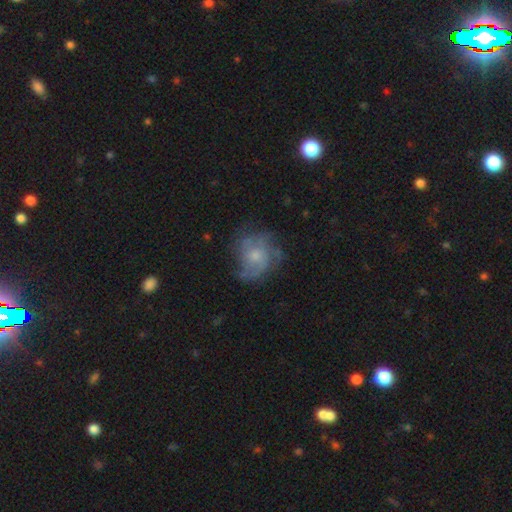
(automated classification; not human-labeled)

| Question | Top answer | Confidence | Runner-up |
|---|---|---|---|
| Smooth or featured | featured or disk | 64% | smooth (27%) |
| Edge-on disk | no | 98% | yes (2%) |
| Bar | no | 79% | weak (19%) |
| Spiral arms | yes | 82% | no (18%) |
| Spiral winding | medium | 44% | tight (35%) |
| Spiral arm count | can't tell | 34% | 3 (26%) |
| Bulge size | moderate | 45% | small (43%) |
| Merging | none | 62% | minor disturbance (21%) |